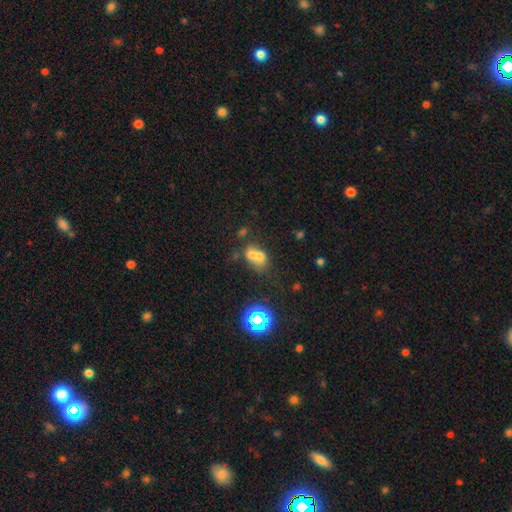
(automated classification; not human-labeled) smooth_or_featured: smooth (p=0.58) [alt: featured or disk p=0.22]
how_rounded: in between (p=0.61) [alt: round p=0.36]
merging: merger (p=0.61) [alt: none p=0.23]